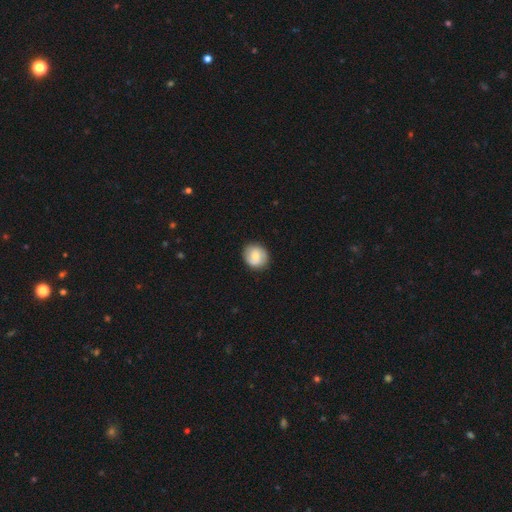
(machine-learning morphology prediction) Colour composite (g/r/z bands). It shows a smooth galaxy with no disk features (63%) that is round (86%). Merging: none (87%).